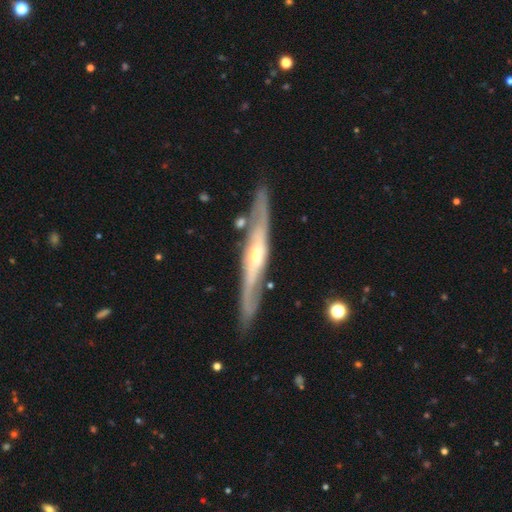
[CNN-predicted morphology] This appears to be a featured or disk galaxy (80%) viewed edge-on (78%) with a rounded central bulge (74%). Merging: none (82%).